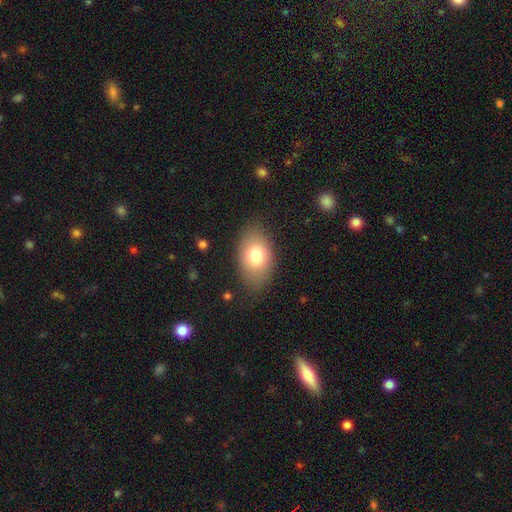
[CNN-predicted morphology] Smooth or featured? Predicted: smooth (p=0.78). How rounded? Predicted: in between (p=0.88). Merging? Predicted: none (p=0.81).